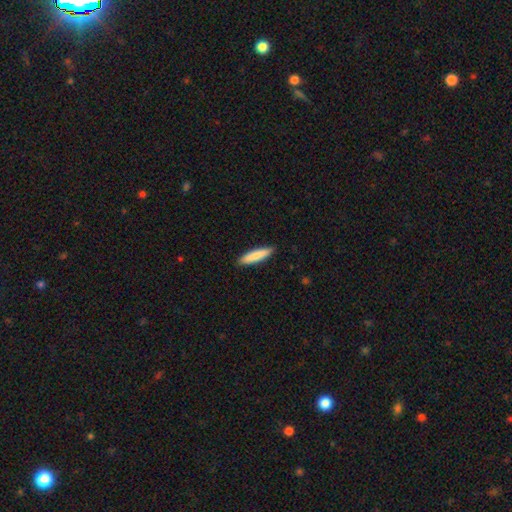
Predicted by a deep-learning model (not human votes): This appears to be a smooth galaxy with no disk features (84%) that is cigar-shaped (80%). Merging: none (90%).